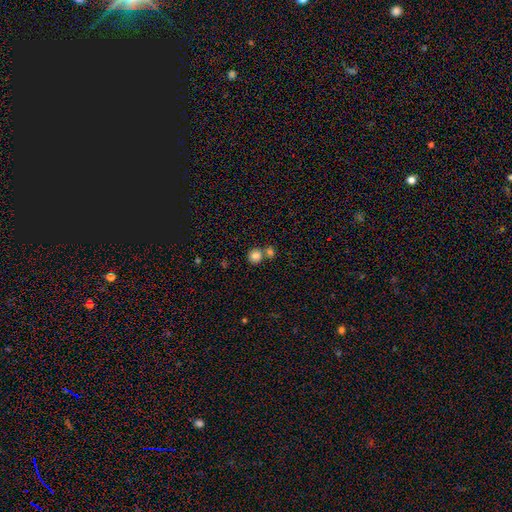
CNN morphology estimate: A smooth galaxy with no disk features (83%) that is round (85%). Merging: none (55%).